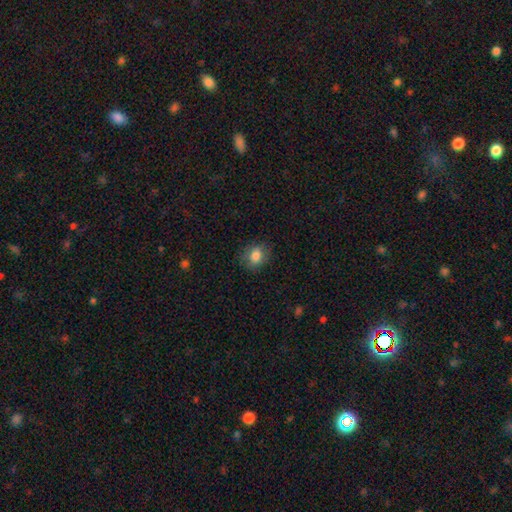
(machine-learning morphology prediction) This is clearly a smooth galaxy (82%). How rounded: possibly in between (51%). Merging: likely none (80%).